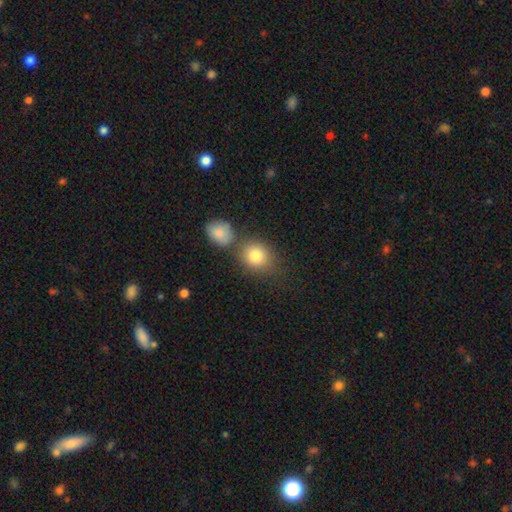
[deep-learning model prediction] Q: Smooth or featured?
A: smooth (82%); runner-up: star or artifact (10%)
Q: How rounded?
A: round (69%); runner-up: in between (30%)
Q: Merging?
A: none (60%); runner-up: merger (24%)